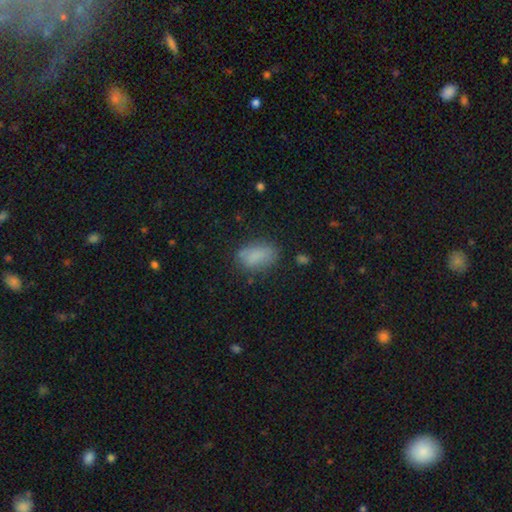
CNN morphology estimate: Q: Smooth or featured?
A: smooth (82%); runner-up: featured or disk (9%)
Q: How rounded?
A: in between (89%); runner-up: round (7%)
Q: Merging?
A: none (69%); runner-up: minor disturbance (22%)